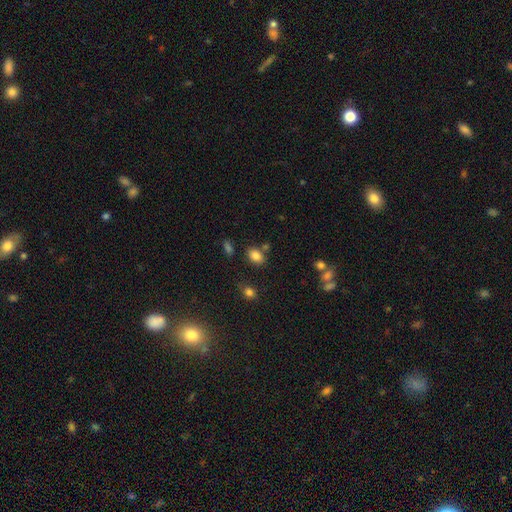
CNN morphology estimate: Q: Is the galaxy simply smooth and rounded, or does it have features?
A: smooth — 83%.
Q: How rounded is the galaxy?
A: in between — 77%.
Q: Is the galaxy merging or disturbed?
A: none — 73%.